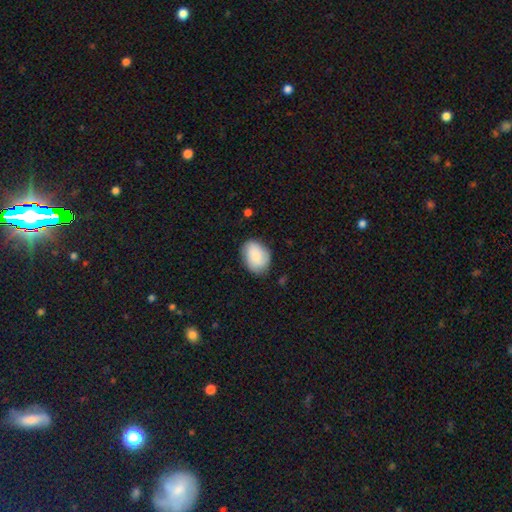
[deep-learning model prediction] This is clearly a smooth galaxy (83%). How rounded: likely in between (74%). Merging: likely none (74%).